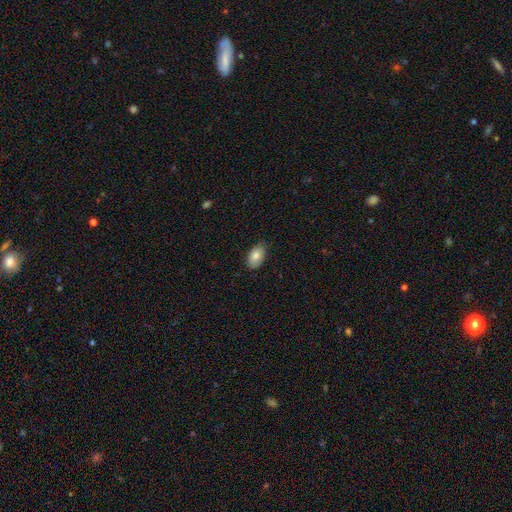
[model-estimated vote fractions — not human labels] Smooth or featured? Predicted: smooth (p=0.80). How rounded? Predicted: in between (p=0.91). Merging? Predicted: none (p=0.79).